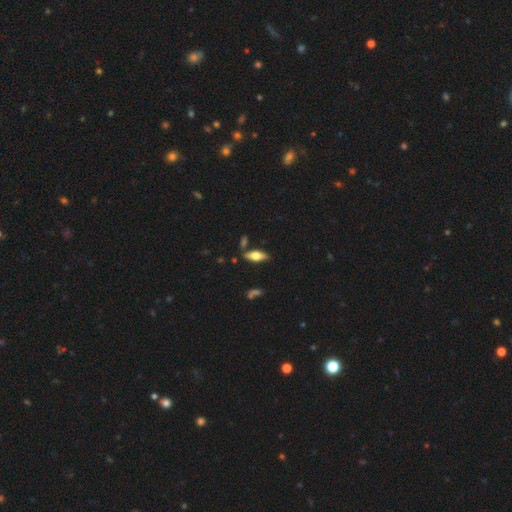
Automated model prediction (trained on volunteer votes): Smooth or featured? smooth (54%)
How rounded? in between (68%)
Merging? none (80%)